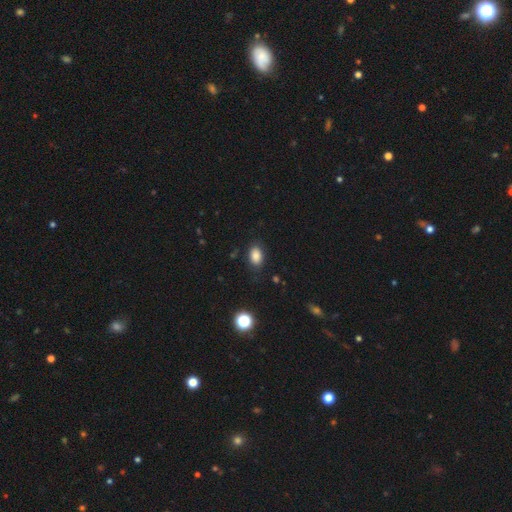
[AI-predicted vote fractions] Overall: smooth (84%). How rounded: in between (85%). Merging: none (82%).